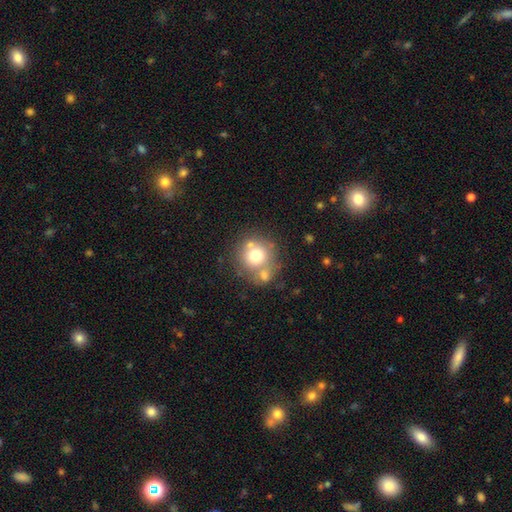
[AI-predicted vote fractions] Smooth or featured? Predicted: smooth (p=0.69). How rounded? Predicted: round (p=0.90). Merging? Predicted: none (p=0.60).